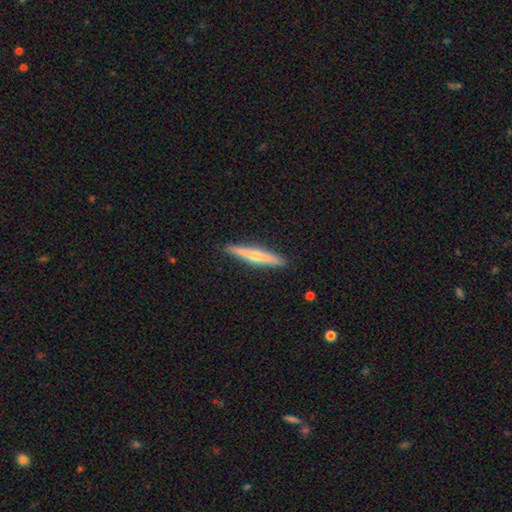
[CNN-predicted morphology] The model was most divided on "smooth or featured": featured or disk: 49%, smooth: 45%, star or artifact: 6%. More confident: merging — none (90%).